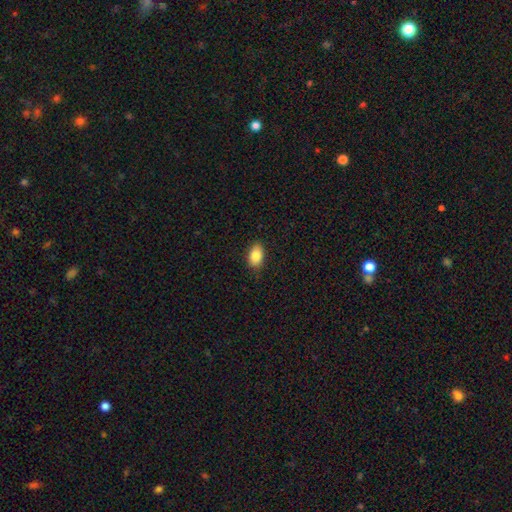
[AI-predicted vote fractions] Smooth or featured: smooth — 85% (star or artifact — 8%)
How rounded: in between — 89% (round — 10%)
Merging: none — 87% (minor disturbance — 10%)